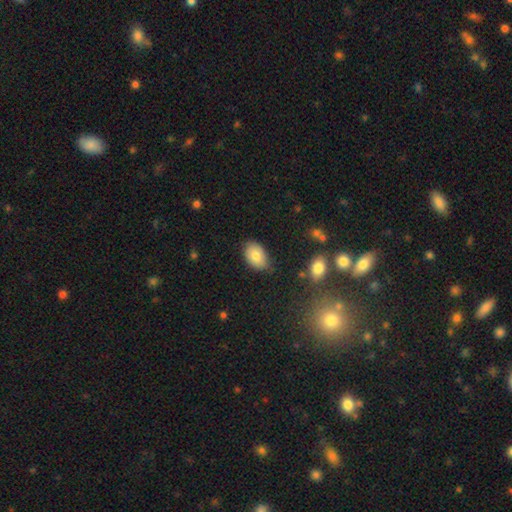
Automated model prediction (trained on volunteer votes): smooth-or-featured: smooth: 81% | featured or disk: 11% | star or artifact: 8%
  how-rounded: in between: 88% | round: 11% | cigar-shaped: 1%
  merging: none: 75% | minor disturbance: 20% | major disturbance: 3% | merger: 2%